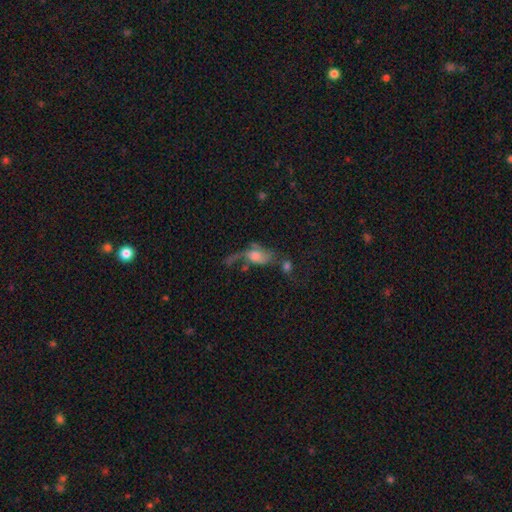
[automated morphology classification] A featured or disk galaxy (47%).

Vote fractions:
- Smooth or featured? featured or disk: 47% / smooth: 40% / star or artifact: 13%
- Merging? major disturbance: 40% / merger: 26% / none: 20% / minor disturbance: 14%